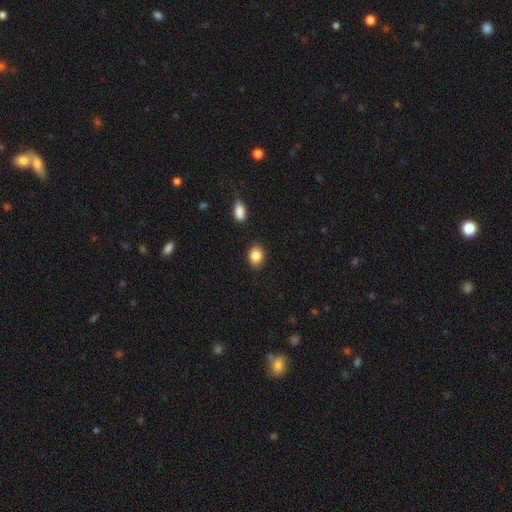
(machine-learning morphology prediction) A smooth galaxy with no disk features (86%) that is in between round and cigar-shaped (58%). Merging: none (85%).